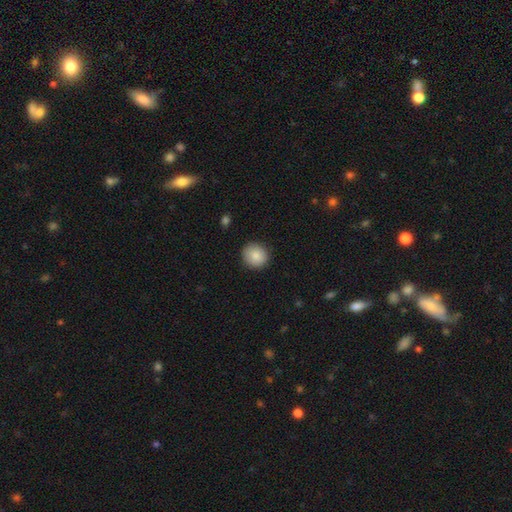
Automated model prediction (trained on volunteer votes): smooth-or-featured: smooth: 86% | star or artifact: 8% | featured or disk: 7%
  how-rounded: round: 89% | in between: 10% | cigar-shaped: 1%
  merging: none: 90% | minor disturbance: 7% | major disturbance: 2% | merger: 1%